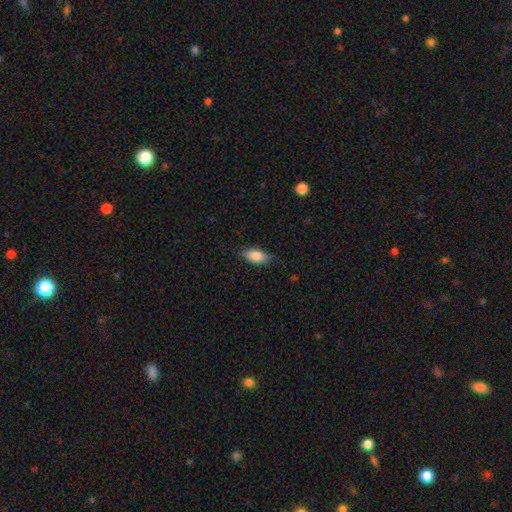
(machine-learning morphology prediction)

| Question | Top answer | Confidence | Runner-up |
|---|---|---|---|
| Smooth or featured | smooth | 83% | featured or disk (10%) |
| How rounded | in between | 88% | cigar-shaped (8%) |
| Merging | none | 78% | minor disturbance (17%) |